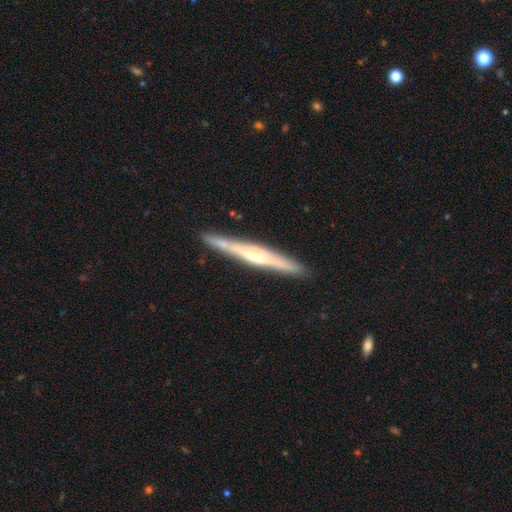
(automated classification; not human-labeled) Overall: featured or disk (72%). Edge-on disk: yes (97%). Edge-on bulge: rounded (59%; none 24%). Merging: none (89%).